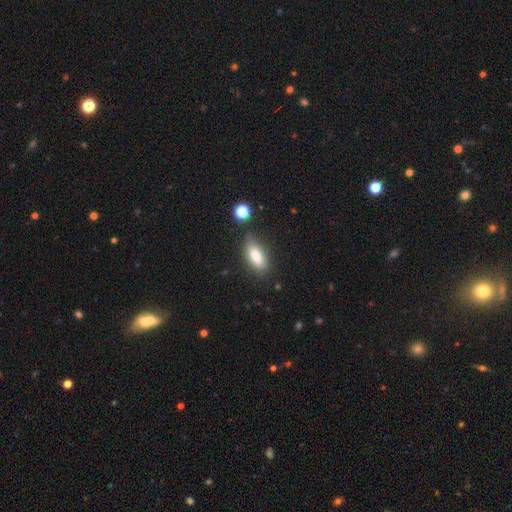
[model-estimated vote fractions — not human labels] A smooth galaxy with no disk features (76%) that is in between round and cigar-shaped (76%). Merging: none (70%).